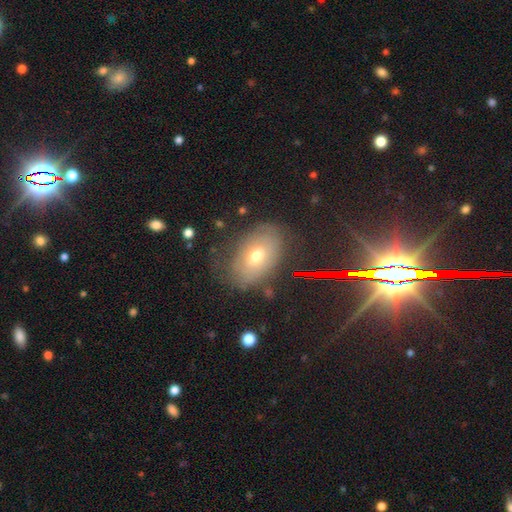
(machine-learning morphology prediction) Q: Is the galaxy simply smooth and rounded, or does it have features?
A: smooth — 52%.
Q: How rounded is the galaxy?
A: in between — 86%.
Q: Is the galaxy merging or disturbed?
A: none — 70%.